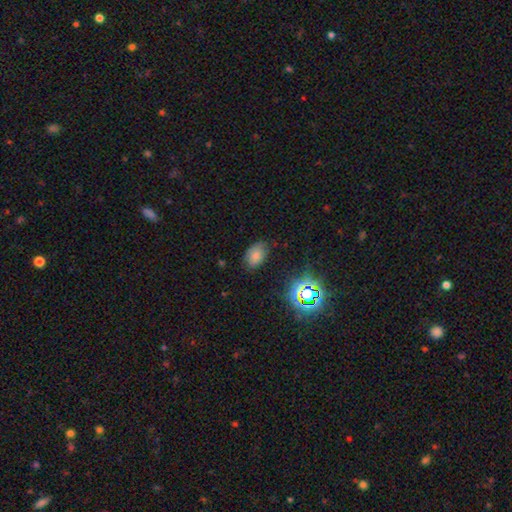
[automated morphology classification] A smooth galaxy with no disk features (74%) that is in between round and cigar-shaped (88%). Merging: none (75%).